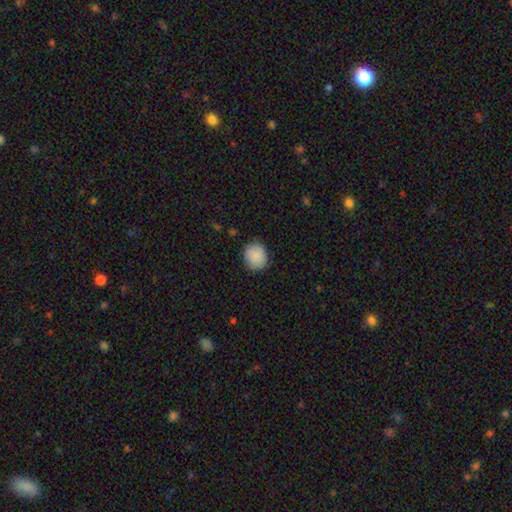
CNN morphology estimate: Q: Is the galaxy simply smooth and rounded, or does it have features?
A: smooth — 89%.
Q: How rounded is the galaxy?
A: round — 77%.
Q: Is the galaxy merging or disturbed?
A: none — 84%.